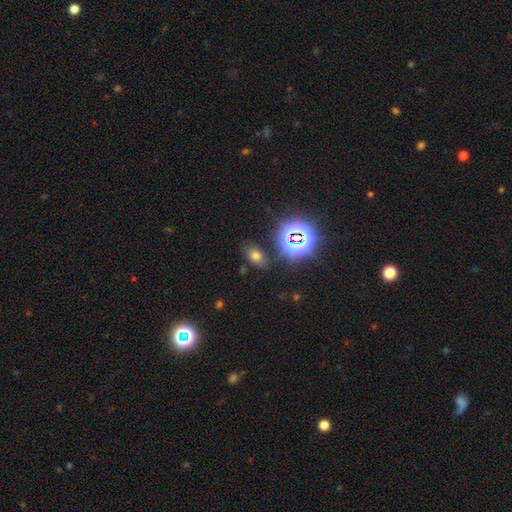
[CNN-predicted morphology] Q: Smooth or featured?
A: smooth (62%); runner-up: star or artifact (28%)
Q: How rounded?
A: in between (83%); runner-up: round (15%)
Q: Merging?
A: none (81%); runner-up: minor disturbance (11%)